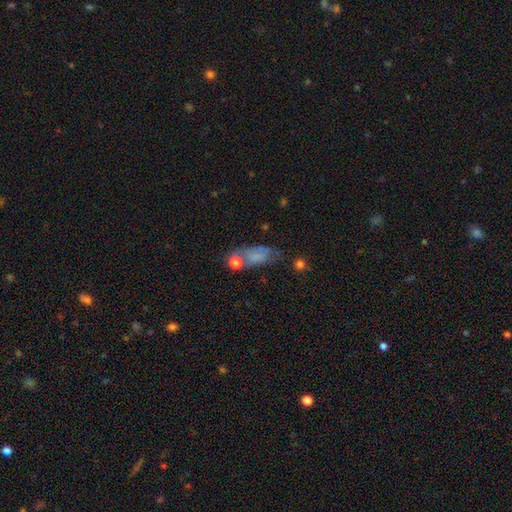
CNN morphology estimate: A smooth galaxy with no disk features (54%) that is in between round and cigar-shaped (77%). Merging: none (44%).